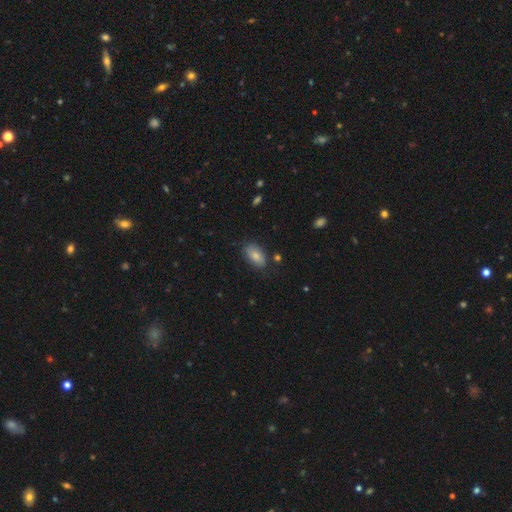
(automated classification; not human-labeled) Smooth or featured? smooth (80%)
How rounded? in between (92%)
Merging? none (75%)